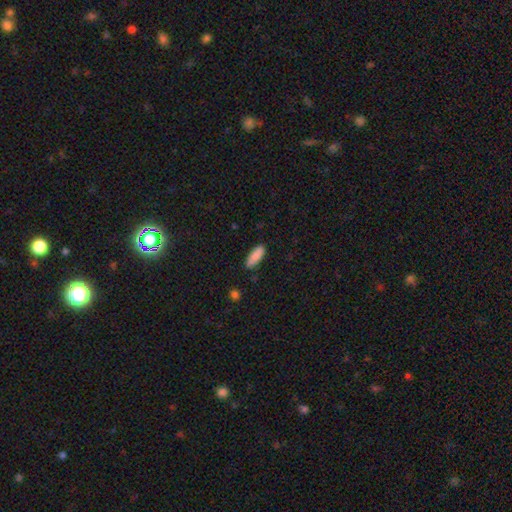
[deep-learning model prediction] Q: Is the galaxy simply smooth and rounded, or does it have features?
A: smooth — 86%.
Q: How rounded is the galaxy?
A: in between — 62%.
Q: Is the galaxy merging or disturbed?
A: none — 85%.